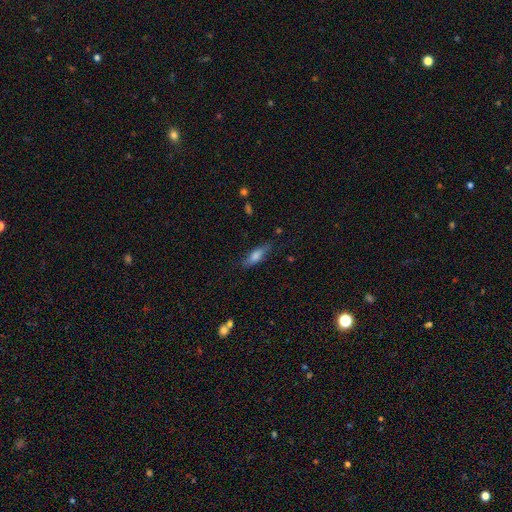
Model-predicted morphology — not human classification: smooth-or-featured: smooth: 66% | featured or disk: 26% | star or artifact: 8%
  how-rounded: cigar-shaped: 53% | in between: 44% | round: 3%
  merging: none: 76% | minor disturbance: 18% | major disturbance: 4% | merger: 2%